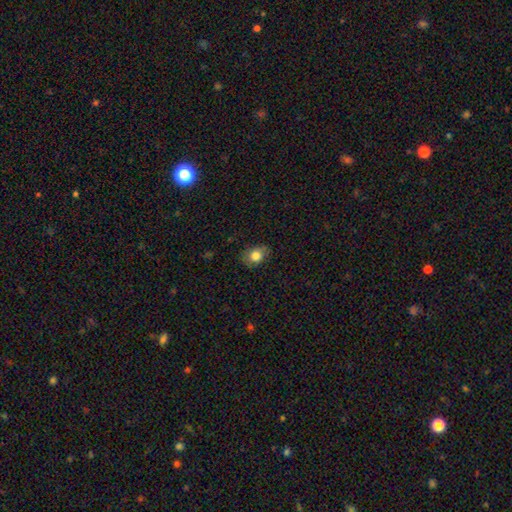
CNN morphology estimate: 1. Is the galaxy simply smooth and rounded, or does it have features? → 81% smooth, 10% featured or disk, 9% star or artifact.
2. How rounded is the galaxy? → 57% in between, 42% round, 1% cigar-shaped.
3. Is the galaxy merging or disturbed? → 76% none, 18% minor disturbance, 4% major disturbance, 1% merger.